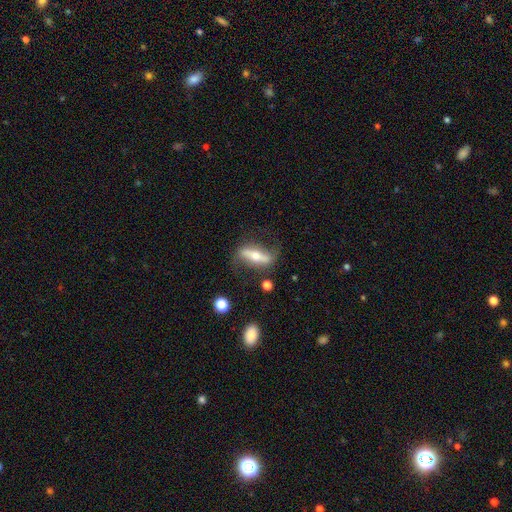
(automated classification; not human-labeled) featured or disk 68%, smooth 25%, star or artifact 7%. Down the decision tree: edge-on disk — no (53%); merging — none (69%).